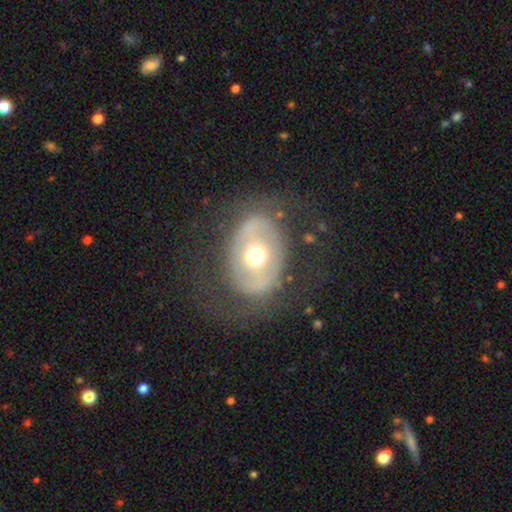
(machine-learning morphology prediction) Overall: featured or disk (60%; smooth 33%). Edge-on disk: no (93%). Bar: no (60%; weak 22%). Spiral arms: no (73%). Bulge size: moderate (72%). Merging: none (68%).